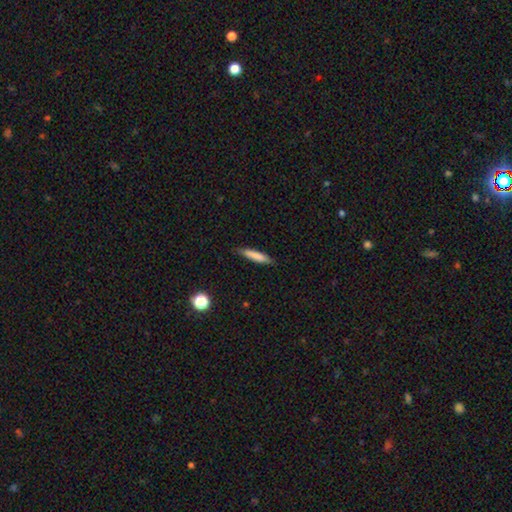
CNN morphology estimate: Smooth or featured? Predicted: smooth (p=0.79). How rounded? Predicted: cigar-shaped (p=0.88). Merging? Predicted: none (p=0.84).